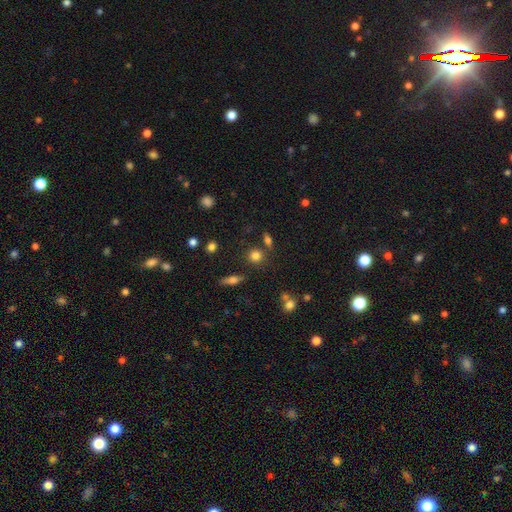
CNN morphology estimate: A smooth galaxy with no disk features (79%) that is round (81%).

Vote fractions:
- Smooth or featured? smooth: 79% / star or artifact: 13% / featured or disk: 8%
- How rounded? round: 81% / in between: 17% / cigar-shaped: 2%
- Merging? none: 74% / merger: 12% / minor disturbance: 10% / major disturbance: 4%